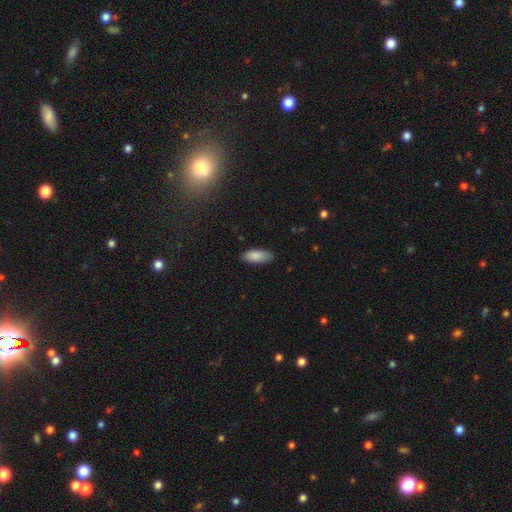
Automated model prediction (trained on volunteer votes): The model was most divided on "how rounded": in between: 80%, cigar-shaped: 18%, round: 2%. More confident: smooth or featured — smooth (88%); merging — none (81%).